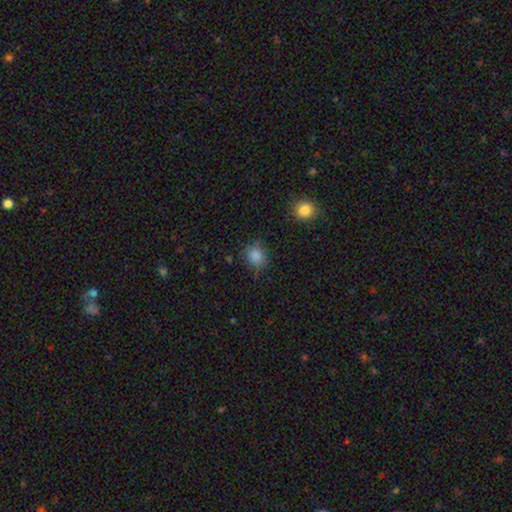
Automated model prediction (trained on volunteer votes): smooth-or-featured: smooth: 84% | star or artifact: 11% | featured or disk: 5%
  how-rounded: round: 75% | in between: 24% | cigar-shaped: 1%
  merging: none: 73% | minor disturbance: 18% | major disturbance: 5% | merger: 3%